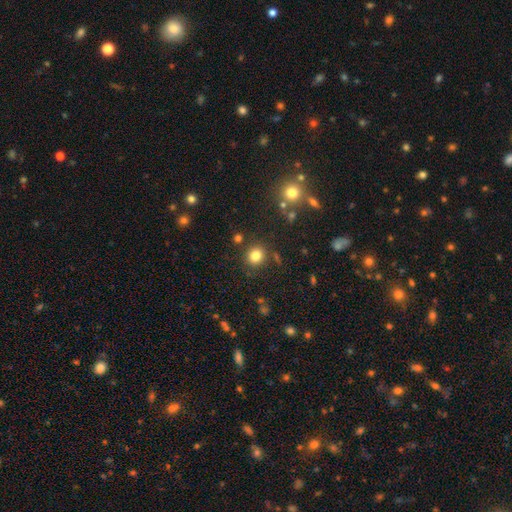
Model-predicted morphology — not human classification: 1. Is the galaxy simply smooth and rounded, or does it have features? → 81% smooth, 13% star or artifact, 6% featured or disk.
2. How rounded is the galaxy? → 82% round, 17% in between, 1% cigar-shaped.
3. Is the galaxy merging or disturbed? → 84% none, 9% minor disturbance, 4% merger, 3% major disturbance.